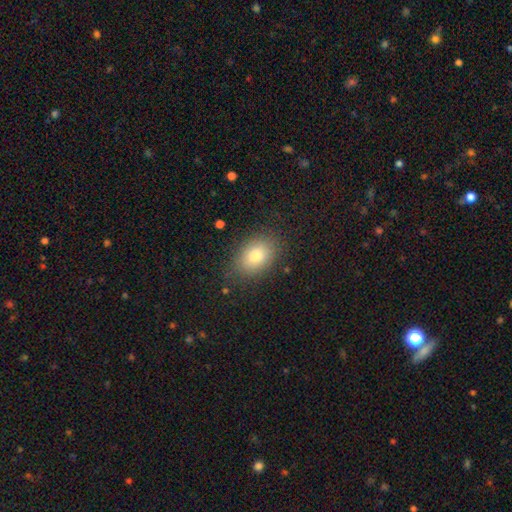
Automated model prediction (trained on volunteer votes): Morphology: type=smooth (80%); roundness=in between (80%); merging=none (82%).